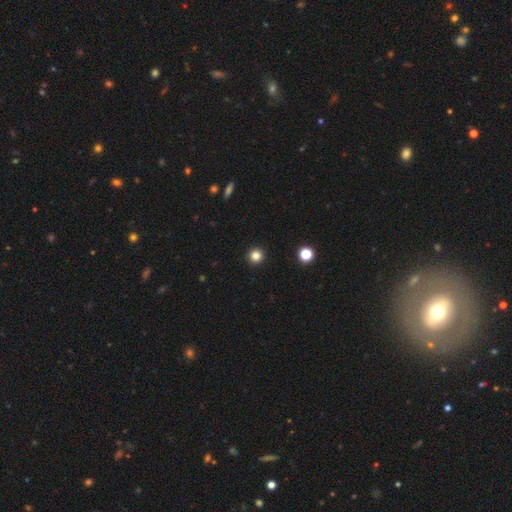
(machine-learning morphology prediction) type=smooth (83%); roundness=round (96%); merging=none (94%).